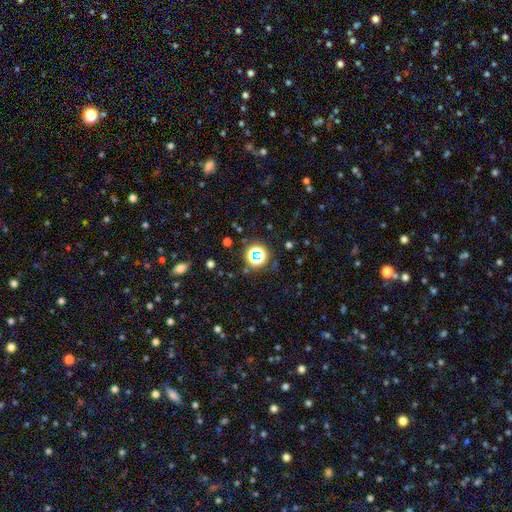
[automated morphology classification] Smooth or featured? star or artifact (68%)